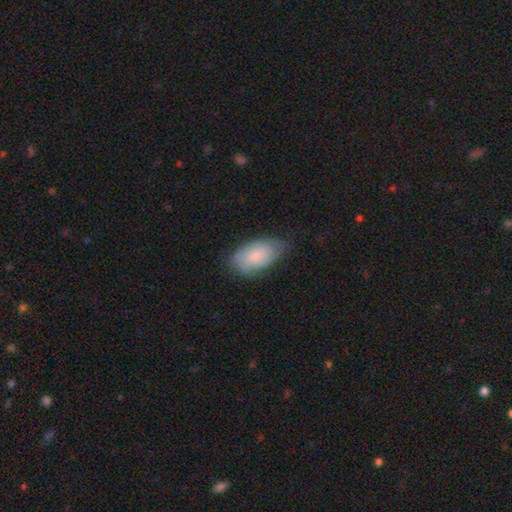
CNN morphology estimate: Overall: smooth (65%; featured or disk 28%). How rounded: in between (93%). Merging: none (60%; minor disturbance 31%).